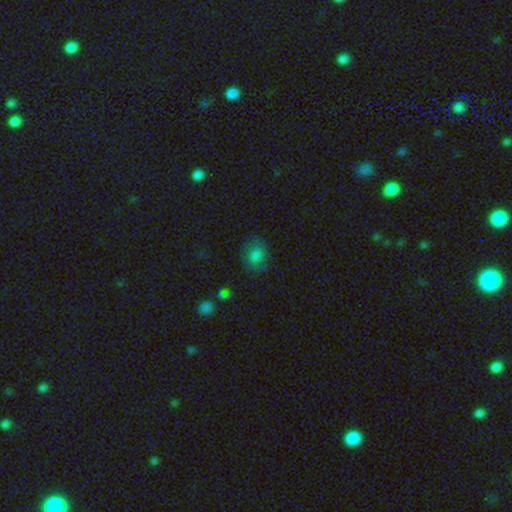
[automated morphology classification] Smooth or featured?
  - smooth: 76% *
  - star or artifact: 13%
  - featured or disk: 12%
How rounded?
  - round: 59% *
  - in between: 40%
  - cigar-shaped: 1%
Merging?
  - none: 75% *
  - minor disturbance: 17%
  - major disturbance: 7%
  - merger: 2%